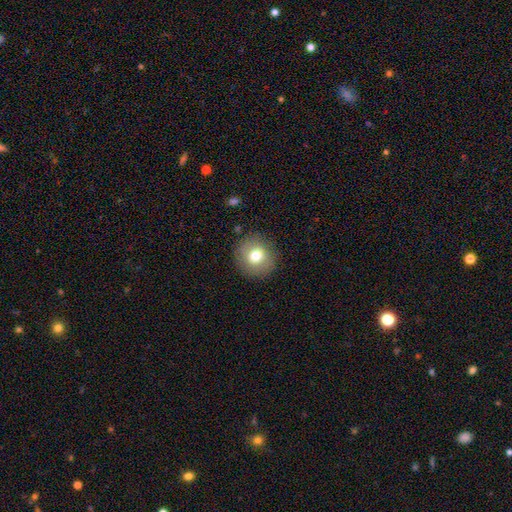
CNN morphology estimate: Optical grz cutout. It shows a smooth galaxy with no disk features (73%) that is round (93%). Merging: none (88%).